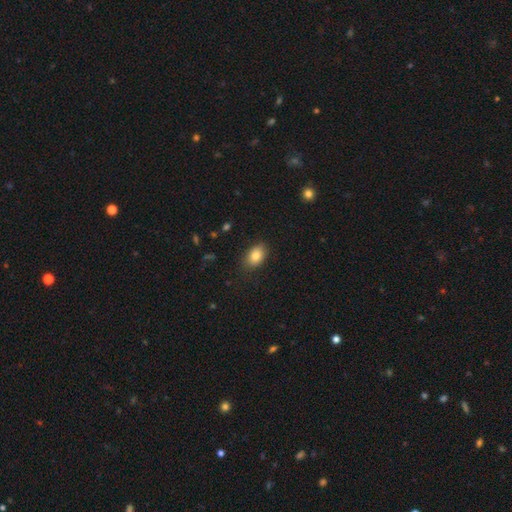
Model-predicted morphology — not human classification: Smooth or featured?
  - smooth: 83% *
  - featured or disk: 8%
  - star or artifact: 8%
How rounded?
  - in between: 83% *
  - round: 16%
  - cigar-shaped: 1%
Merging?
  - none: 83% *
  - minor disturbance: 13%
  - major disturbance: 3%
  - merger: 1%